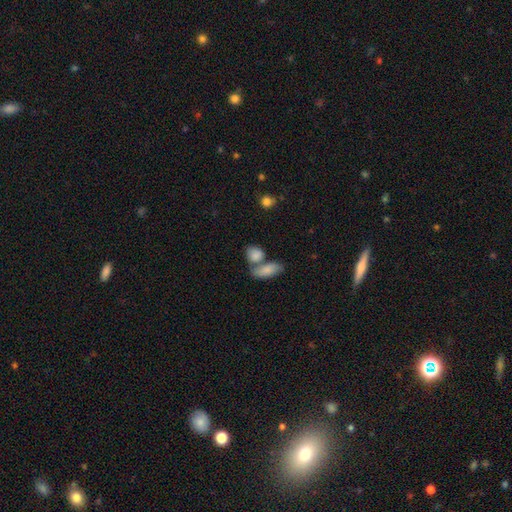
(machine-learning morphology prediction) A smooth galaxy with no disk features (78%) that is in between round and cigar-shaped (69%).

Vote fractions:
- Smooth or featured? smooth: 78% / featured or disk: 13% / star or artifact: 10%
- How rounded? in between: 69% / round: 24% / cigar-shaped: 7%
- Merging? merger: 42% (tied) / none: 42% (tied) / minor disturbance: 11% / major disturbance: 5%